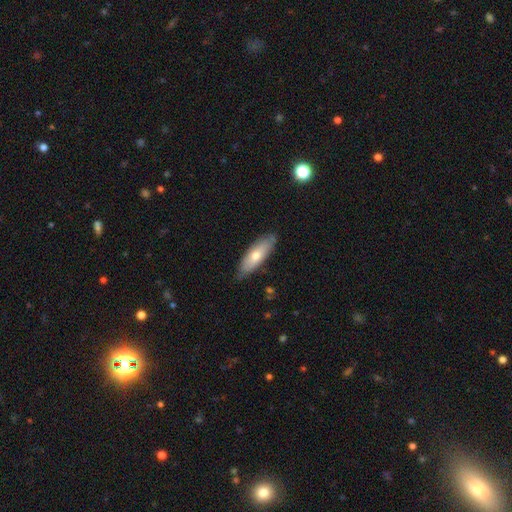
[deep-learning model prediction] Smooth or featured?
  - smooth: 63% *
  - featured or disk: 32%
  - star or artifact: 5%
How rounded?
  - in between: 59% *
  - cigar-shaped: 40%
  - round: 2%
Merging?
  - none: 78% *
  - minor disturbance: 18%
  - major disturbance: 3%
  - merger: 1%